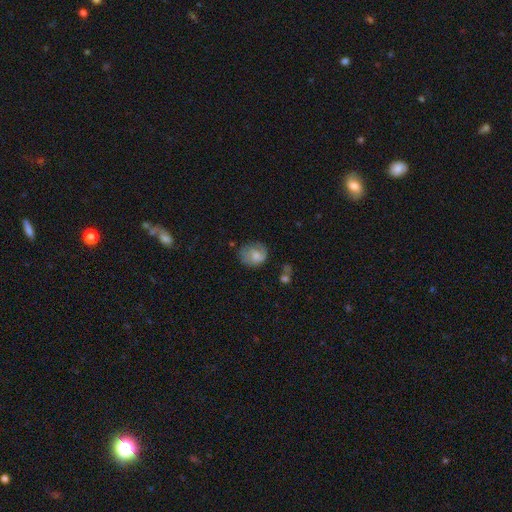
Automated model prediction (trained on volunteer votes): The model was most divided on "smooth or featured": smooth: 58%, featured or disk: 34%, star or artifact: 8%. More confident: how rounded — round (64%); merging — none (56%).